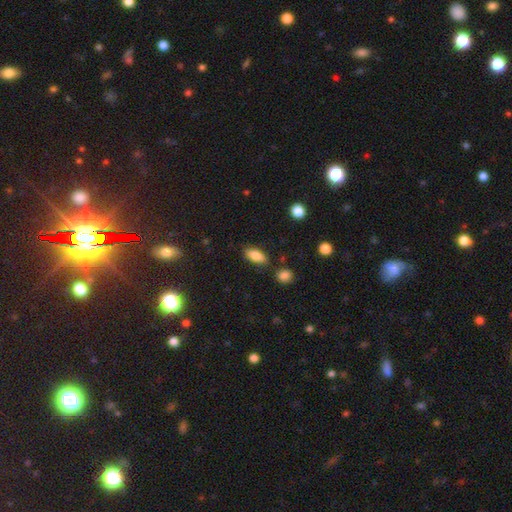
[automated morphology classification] This is clearly a smooth galaxy (85%). How rounded: clearly in between (86%). Merging: clearly none (83%).